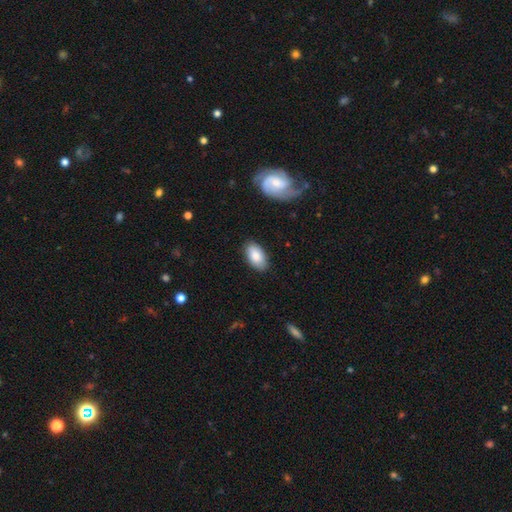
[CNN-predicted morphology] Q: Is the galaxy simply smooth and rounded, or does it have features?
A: smooth — 84%.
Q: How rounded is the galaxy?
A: in between — 94%.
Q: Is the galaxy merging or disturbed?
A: none — 86%.